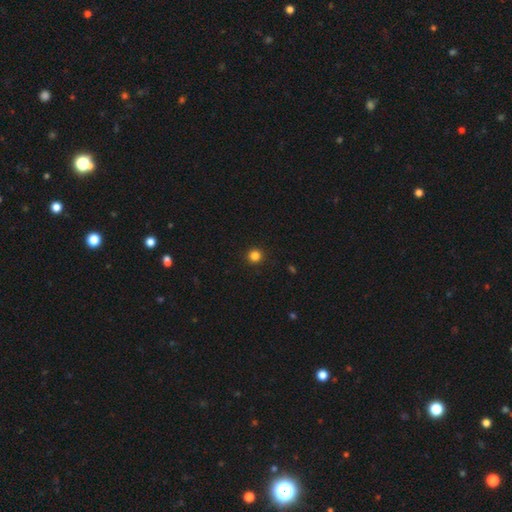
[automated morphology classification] This appears to be a smooth galaxy with no disk features (84%) that is round (95%). Merging: none (93%).